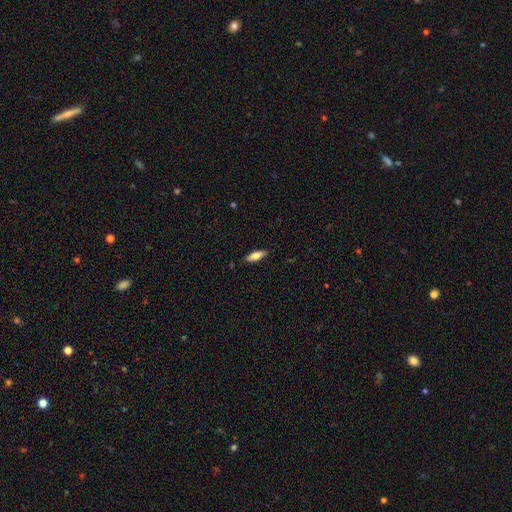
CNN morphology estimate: This is likely a smooth galaxy (78%). How rounded: likely in between (62%). Merging: clearly none (88%).